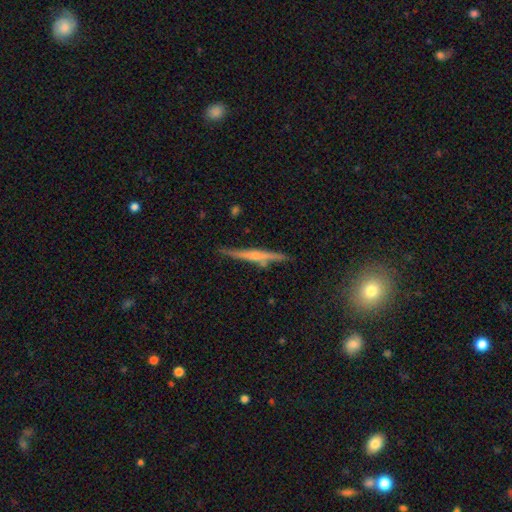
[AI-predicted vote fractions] A featured or disk galaxy (63%) viewed edge-on (96%) with a rounded central bulge (58%). Merging: none (80%).